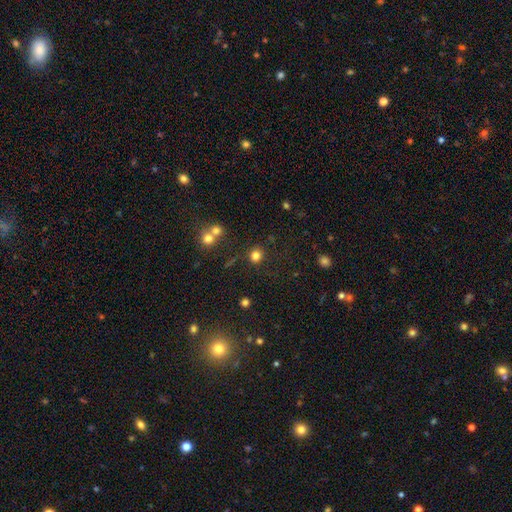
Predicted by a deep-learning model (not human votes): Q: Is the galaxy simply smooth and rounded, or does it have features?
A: smooth — 80%.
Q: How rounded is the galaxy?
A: round — 84%.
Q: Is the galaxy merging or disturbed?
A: none — 81%.